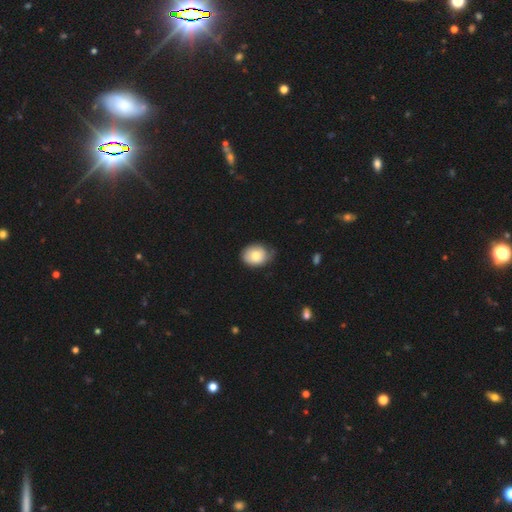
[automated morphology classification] Q: Smooth or featured?
A: smooth (75%); runner-up: featured or disk (17%)
Q: How rounded?
A: in between (56%); runner-up: round (43%)
Q: Merging?
A: none (55%); runner-up: minor disturbance (36%)